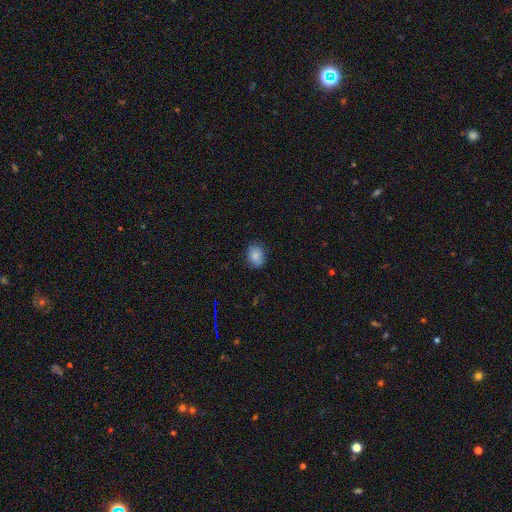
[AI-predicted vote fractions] This appears to be a smooth galaxy with no disk features (83%) that is round (60%). Merging: none (79%).